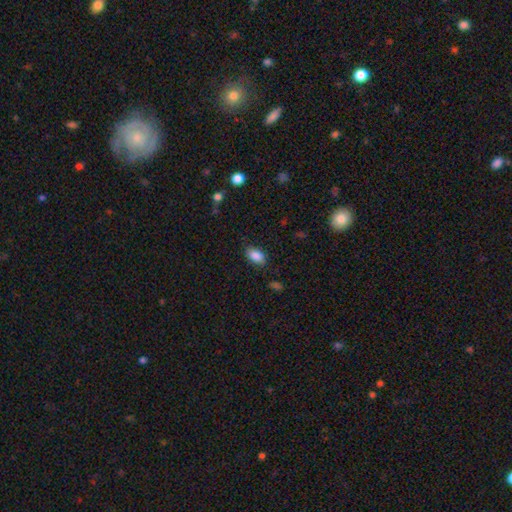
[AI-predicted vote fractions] Smooth or featured? smooth (87%)
How rounded? in between (91%)
Merging? none (83%)